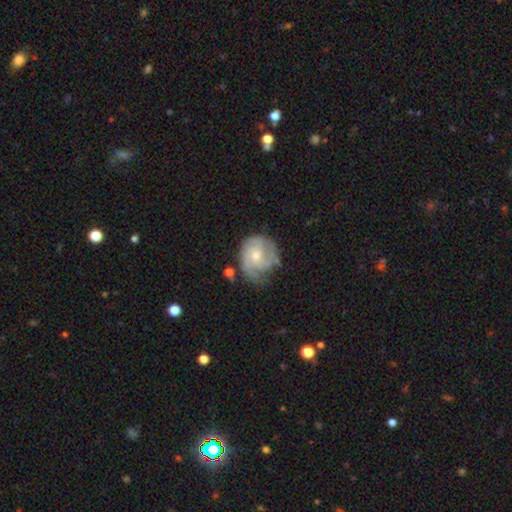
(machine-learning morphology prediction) Smooth or featured? Predicted: featured or disk (p=0.76). Edge-on disk? Predicted: no (p=0.98). Bar? Predicted: no (p=0.69). Spiral arms? Predicted: yes (p=0.92). Spiral winding? Predicted: tight (p=0.53). Spiral arm count? Predicted: 3 (p=0.29). Bulge size? Predicted: small (p=0.51). Merging? Predicted: none (p=0.56).